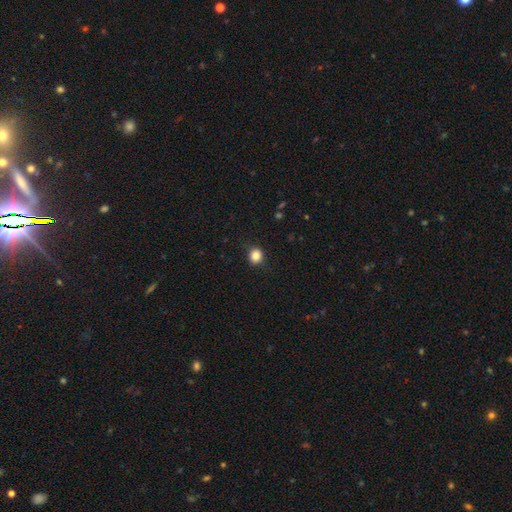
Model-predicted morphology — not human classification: The model was most divided on "how rounded": round: 78%, in between: 21%, cigar-shaped: 1%. More confident: merging — none (87%); smooth or featured — smooth (84%).